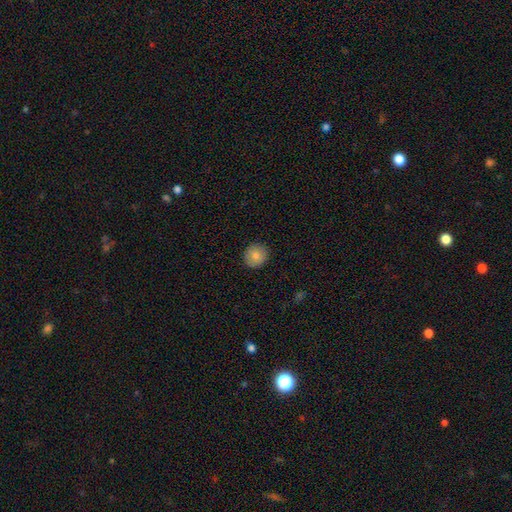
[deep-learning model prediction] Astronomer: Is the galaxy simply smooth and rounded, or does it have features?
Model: smooth — 81%.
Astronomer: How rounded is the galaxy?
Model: round — 89%.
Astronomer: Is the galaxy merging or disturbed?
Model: none — 90%.